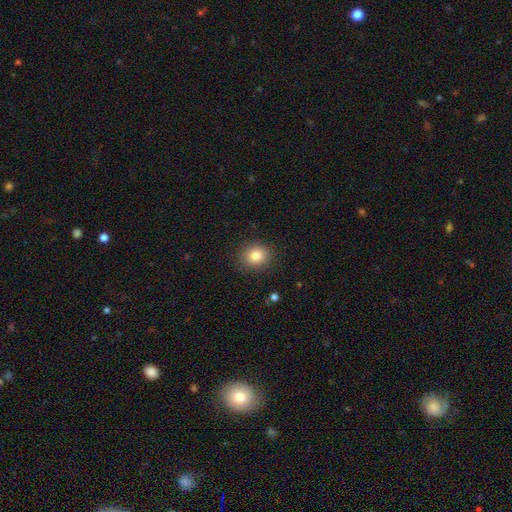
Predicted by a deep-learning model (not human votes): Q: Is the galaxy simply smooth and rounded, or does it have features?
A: smooth — 83%.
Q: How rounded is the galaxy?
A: round — 71%.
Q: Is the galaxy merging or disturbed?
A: none — 88%.